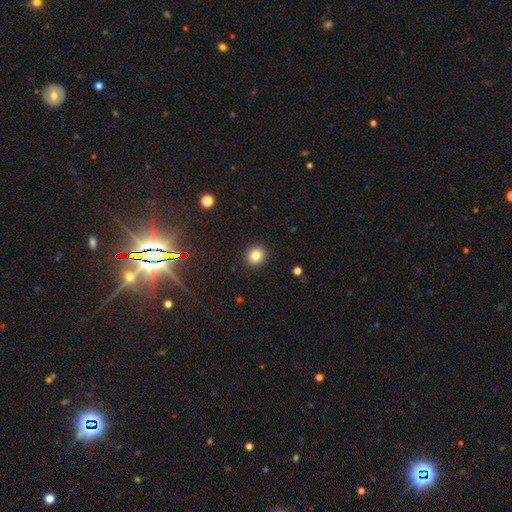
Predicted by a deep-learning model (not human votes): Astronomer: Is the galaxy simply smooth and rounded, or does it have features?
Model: smooth — 82%.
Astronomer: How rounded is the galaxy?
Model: round — 81%.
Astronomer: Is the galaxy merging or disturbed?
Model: none — 91%.